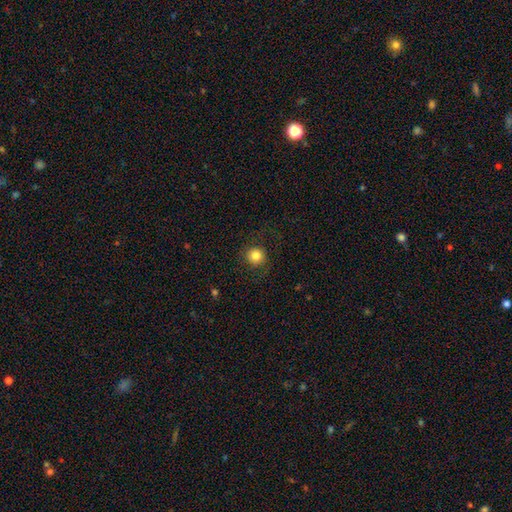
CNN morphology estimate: smooth-or-featured: smooth: 82% | star or artifact: 10% | featured or disk: 7%
  how-rounded: round: 93% | in between: 6% | cigar-shaped: 1%
  merging: none: 85% | minor disturbance: 9% | major disturbance: 5% | merger: 1%